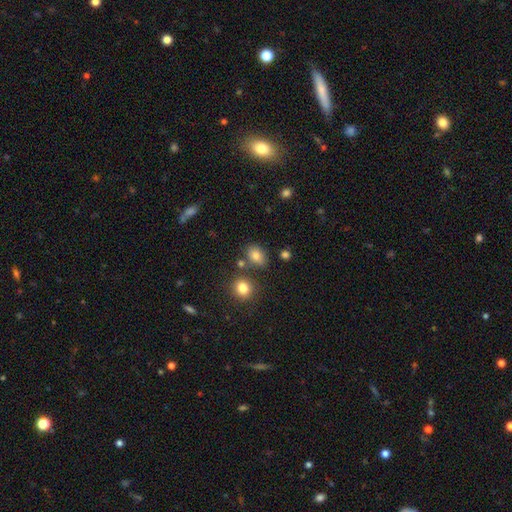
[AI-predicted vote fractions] A smooth galaxy with no disk features (81%) that is in between round and cigar-shaped (73%).

Vote fractions:
- Smooth or featured? smooth: 81% / star or artifact: 11% / featured or disk: 8%
- How rounded? in between: 73% / round: 25% / cigar-shaped: 1%
- Merging? none: 71% / minor disturbance: 14% / merger: 11% / major disturbance: 4%